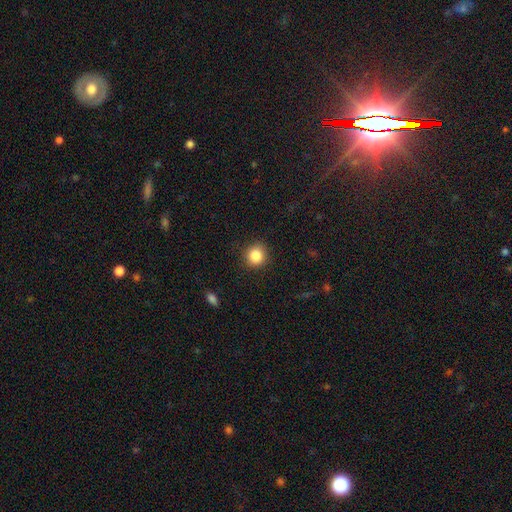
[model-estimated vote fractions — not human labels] This is clearly a smooth galaxy (86%). How rounded: clearly round (89%). Merging: clearly none (89%).